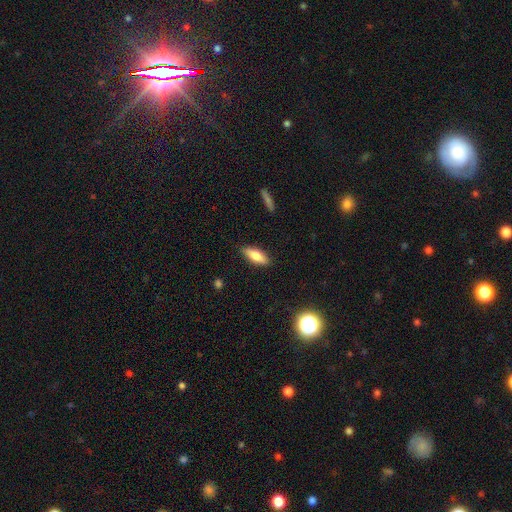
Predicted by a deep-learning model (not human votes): Q: Smooth or featured?
A: smooth (76%); runner-up: featured or disk (17%)
Q: How rounded?
A: in between (68%); runner-up: cigar-shaped (30%)
Q: Merging?
A: none (86%); runner-up: minor disturbance (11%)